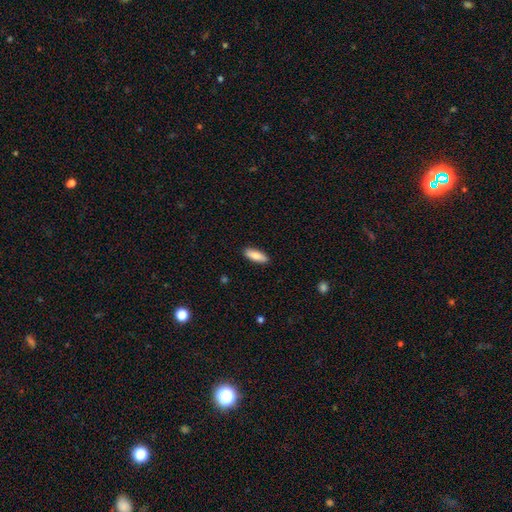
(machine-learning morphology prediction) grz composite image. It shows a smooth galaxy with no disk features (84%) that is in between round and cigar-shaped (63%). Merging: none (89%).